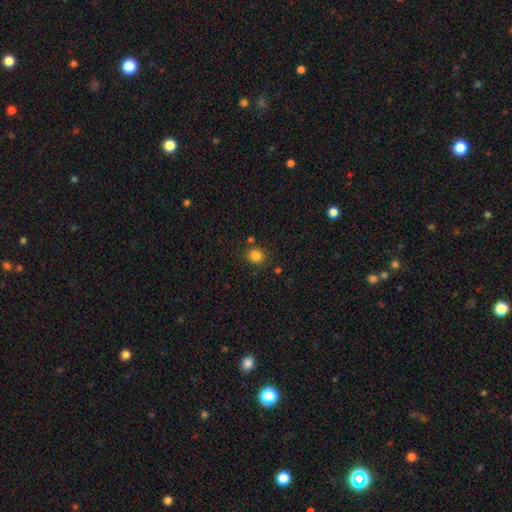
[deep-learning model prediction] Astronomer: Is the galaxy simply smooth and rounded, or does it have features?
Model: smooth — 83%.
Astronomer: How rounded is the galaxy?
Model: round — 89%.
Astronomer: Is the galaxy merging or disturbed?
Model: none — 84%.